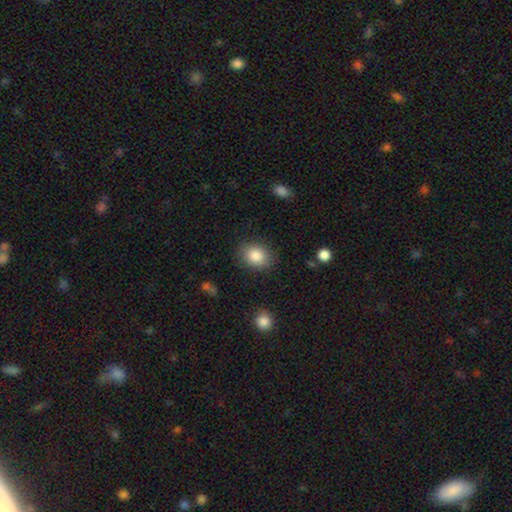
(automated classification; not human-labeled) This is clearly a smooth galaxy (86%). How rounded: possibly in between (51%). Merging: clearly none (84%).